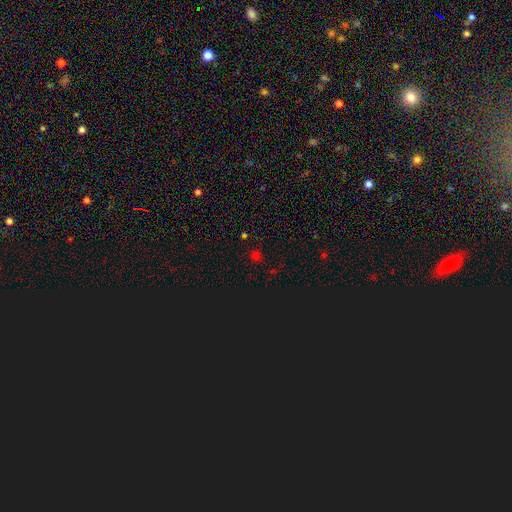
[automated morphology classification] Smooth or featured?
  - smooth: 49% *
  - star or artifact: 46%
  - featured or disk: 5%
Merging?
  - none: 81% *
  - minor disturbance: 11%
  - major disturbance: 4%
  - merger: 3%